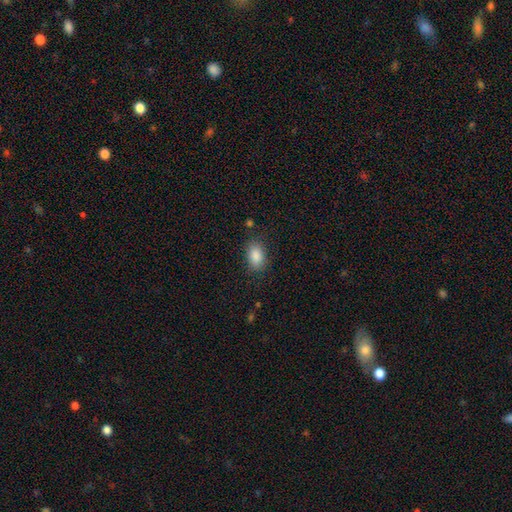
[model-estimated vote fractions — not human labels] A smooth galaxy with no disk features (87%) that is in between round and cigar-shaped (86%). Merging: none (82%).